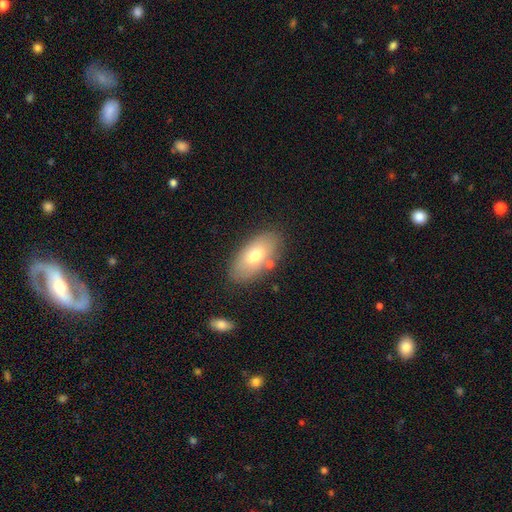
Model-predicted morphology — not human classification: Smooth or featured?
  - smooth: 70% *
  - featured or disk: 23%
  - star or artifact: 7%
How rounded?
  - in between: 92% *
  - cigar-shaped: 5%
  - round: 4%
Merging?
  - none: 78% *
  - minor disturbance: 13%
  - merger: 6%
  - major disturbance: 3%